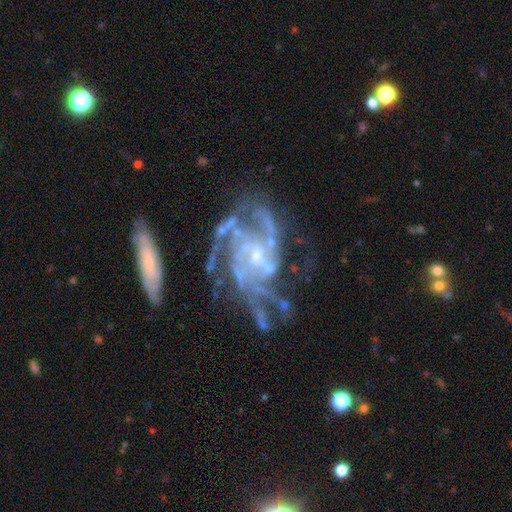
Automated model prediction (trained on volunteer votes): Morphology: type=featured or disk (89%); edge-on=no (97%); bar=no (58%); spiral arms=yes (95%); winding=tight (47%); arm count=3 (26%); bulge=small (69%); merging=none (45%).